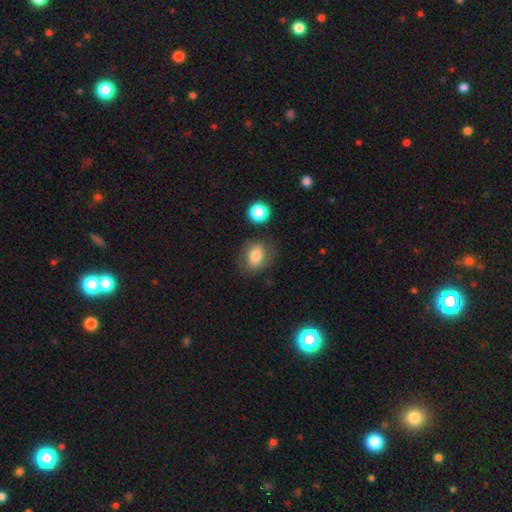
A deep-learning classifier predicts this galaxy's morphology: Smooth or featured?
  - smooth: 75% *
  - featured or disk: 15%
  - star or artifact: 9%
How rounded?
  - in between: 66% *
  - round: 33%
  - cigar-shaped: 2%
Merging?
  - none: 74% *
  - minor disturbance: 15%
  - major disturbance: 5%
  - merger: 5%